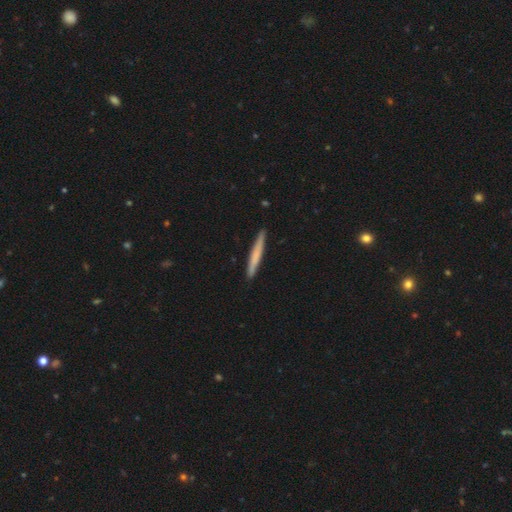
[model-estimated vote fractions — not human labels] Smooth or featured: smooth — 62% (featured or disk — 32%)
How rounded: cigar-shaped — 96% (in between — 3%)
Merging: none — 91% (minor disturbance — 7%)